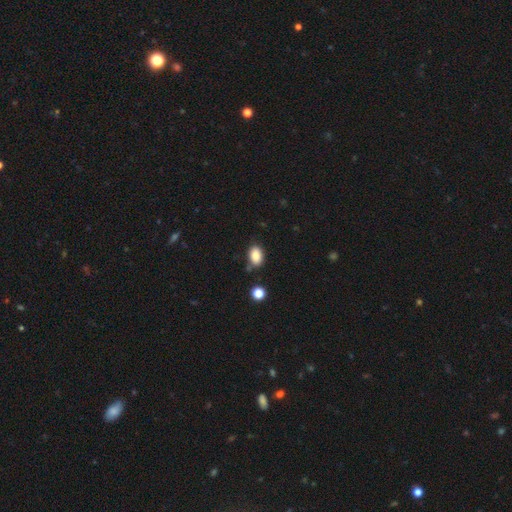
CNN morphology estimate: type=smooth (87%); roundness=in between (85%); merging=none (75%).